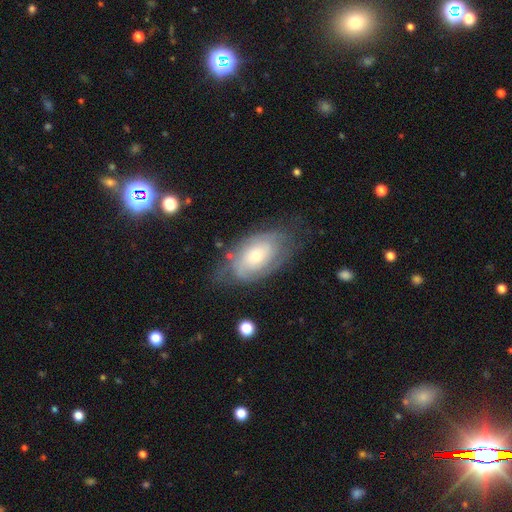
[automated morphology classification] A featured or disk galaxy (66%) with no bar (79%), spiral arms (77%) and a small central bulge (50%). Merging: none (62%).